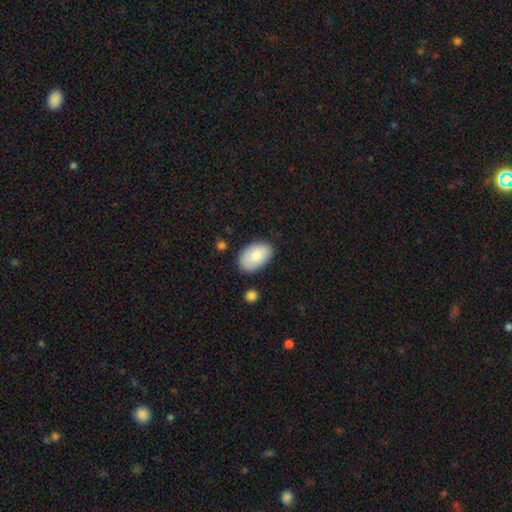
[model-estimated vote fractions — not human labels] Smooth or featured? Predicted: smooth (p=0.81). How rounded? Predicted: in between (p=0.92). Merging? Predicted: none (p=0.81).